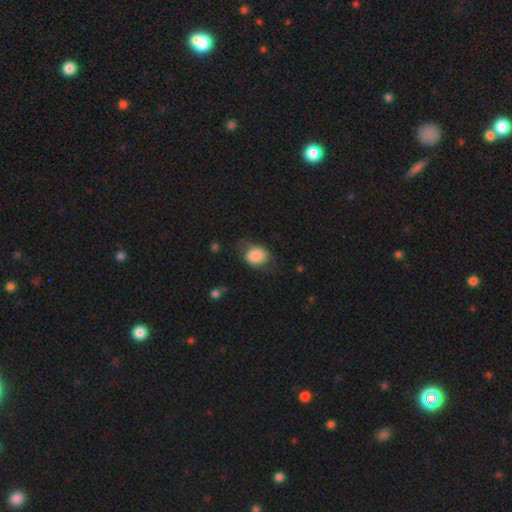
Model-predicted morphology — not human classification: Smooth or featured: smooth — 80% (featured or disk — 13%)
How rounded: in between — 55% (round — 44%)
Merging: none — 52% (minor disturbance — 30%)